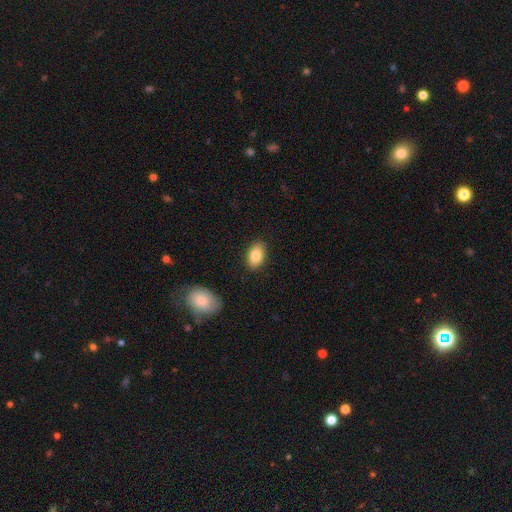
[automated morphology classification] type=smooth (85%); roundness=in between (88%); merging=none (87%).